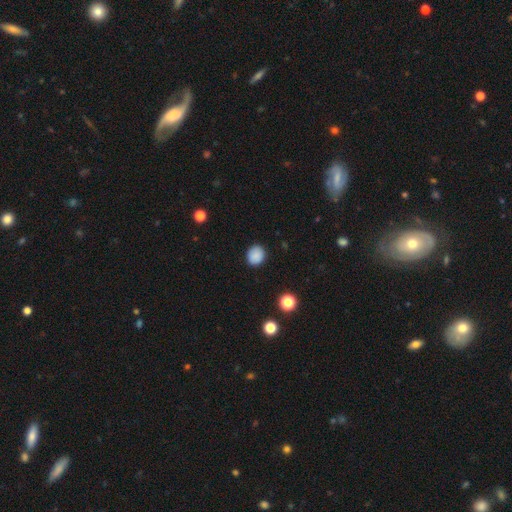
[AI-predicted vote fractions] A smooth galaxy with no disk features (87%) that is round (74%).

Vote fractions:
- Smooth or featured? smooth: 87% / star or artifact: 9% / featured or disk: 4%
- How rounded? round: 74% / in between: 25% / cigar-shaped: 1%
- Merging? none: 87% / minor disturbance: 9% / major disturbance: 2% / merger: 1%